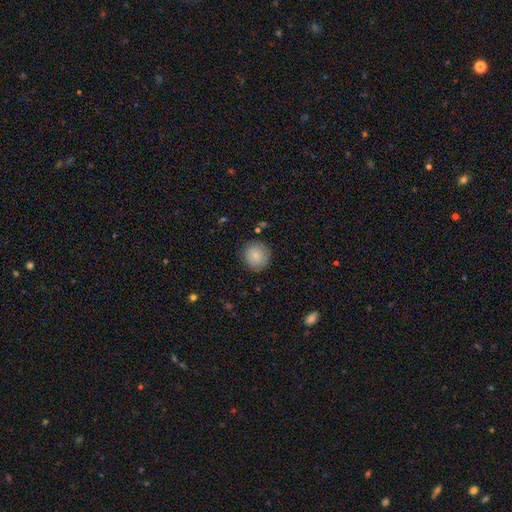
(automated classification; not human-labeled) Smooth or featured?
  - smooth: 86% *
  - star or artifact: 8%
  - featured or disk: 6%
How rounded?
  - round: 93% *
  - in between: 6%
  - cigar-shaped: 1%
Merging?
  - none: 88% *
  - minor disturbance: 8%
  - major disturbance: 2%
  - merger: 1%